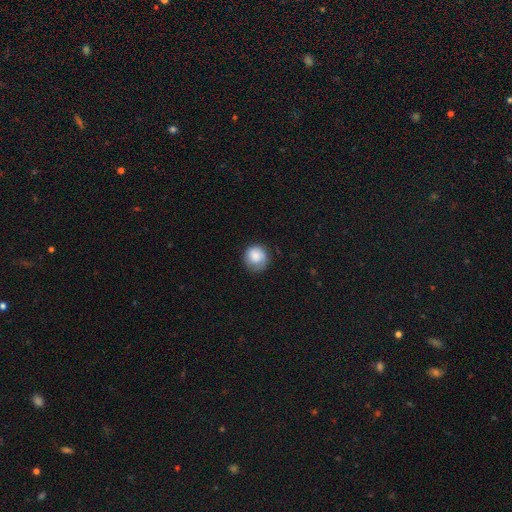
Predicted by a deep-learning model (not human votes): Q: Smooth or featured?
A: smooth (84%); runner-up: featured or disk (9%)
Q: How rounded?
A: round (92%); runner-up: in between (7%)
Q: Merging?
A: none (74%); runner-up: minor disturbance (20%)